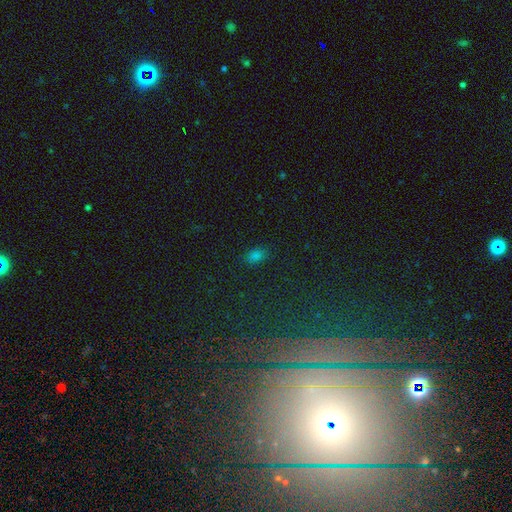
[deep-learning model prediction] smooth_or_featured: smooth (p=0.64) [alt: star or artifact p=0.29]
how_rounded: in between (p=0.84) [alt: round p=0.14]
merging: none (p=0.87) [alt: minor disturbance p=0.09]